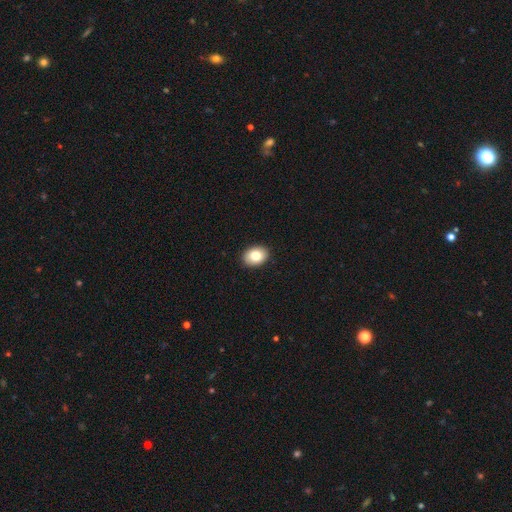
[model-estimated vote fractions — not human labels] Smooth or featured? smooth (84%)
How rounded? in between (70%)
Merging? none (91%)